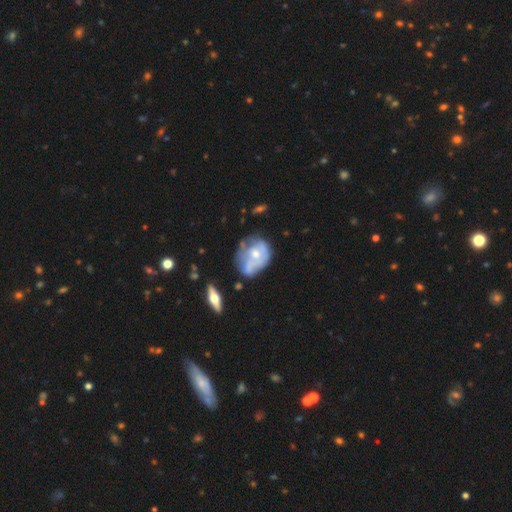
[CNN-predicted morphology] Smooth or featured? featured or disk (59%)
Edge-on disk? no (95%)
Bar? no (83%)
Spiral arms? no (65%)
Bulge size? moderate (50%)
Merging? none (36%)